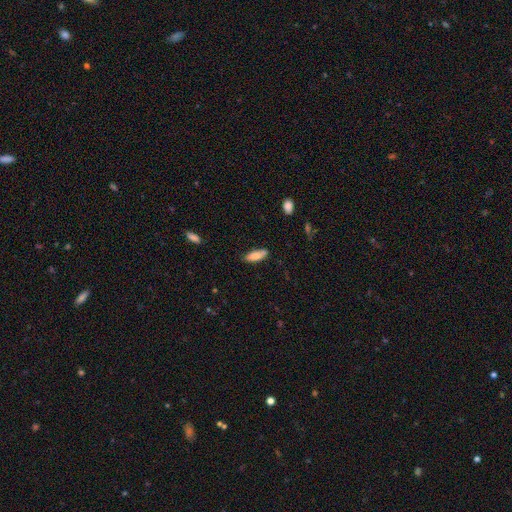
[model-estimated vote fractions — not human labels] smooth_or_featured: smooth (p=0.82) [alt: featured or disk p=0.11]
how_rounded: in between (p=0.63) [alt: cigar-shaped p=0.35]
merging: none (p=0.75) [alt: minor disturbance p=0.19]